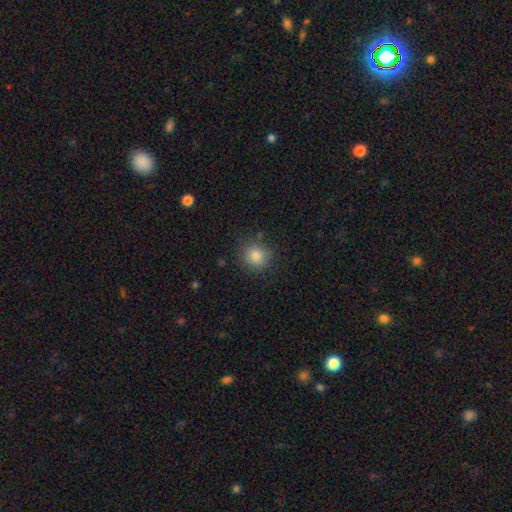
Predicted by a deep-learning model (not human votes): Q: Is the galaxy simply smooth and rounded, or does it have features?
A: smooth — 84%.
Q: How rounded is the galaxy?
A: round — 87%.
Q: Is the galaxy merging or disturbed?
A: none — 85%.